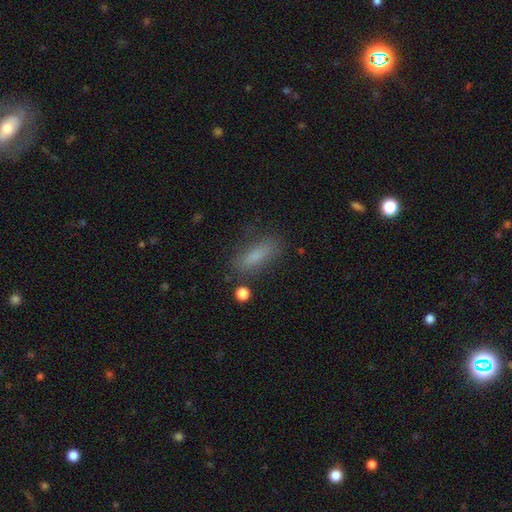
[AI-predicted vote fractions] Smooth or featured: smooth — 76% (featured or disk — 14%)
How rounded: cigar-shaped — 50% (in between — 47%)
Merging: none — 75% (minor disturbance — 16%)